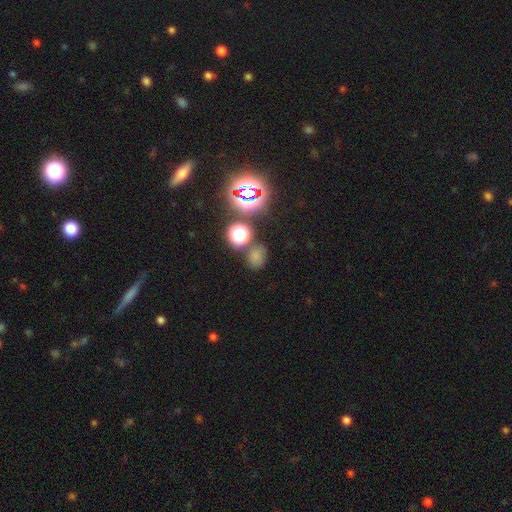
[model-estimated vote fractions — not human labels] Morphology: type=smooth (61%); roundness=round (56%); merging=none (71%).